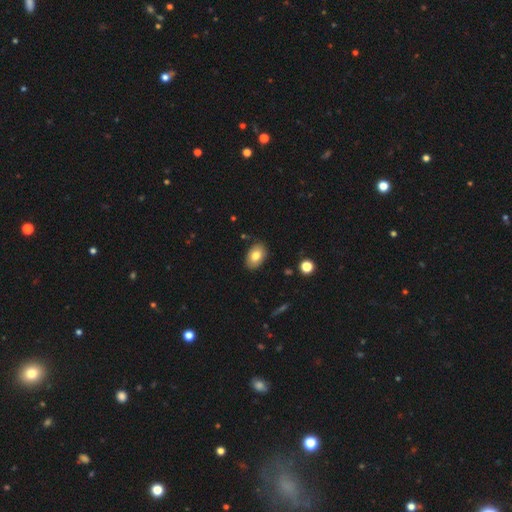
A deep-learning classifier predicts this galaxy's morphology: smooth_or_featured: smooth (p=0.78) [alt: featured or disk p=0.14]
how_rounded: in between (p=0.85) [alt: round p=0.14]
merging: none (p=0.86) [alt: minor disturbance p=0.10]